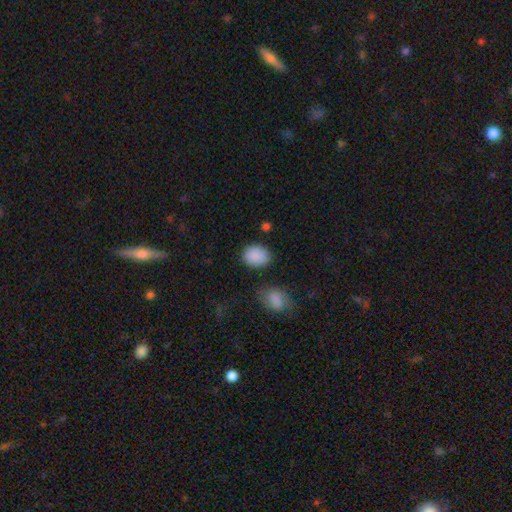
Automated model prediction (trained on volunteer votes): Smooth or featured? smooth (88%)
How rounded? in between (61%)
Merging? none (77%)